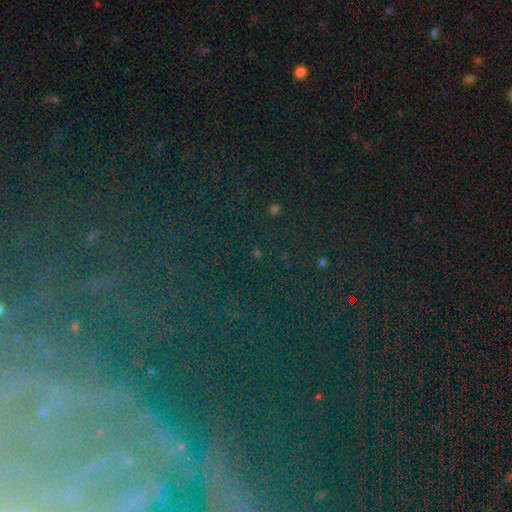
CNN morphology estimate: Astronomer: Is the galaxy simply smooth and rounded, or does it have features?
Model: star or artifact — 71%.